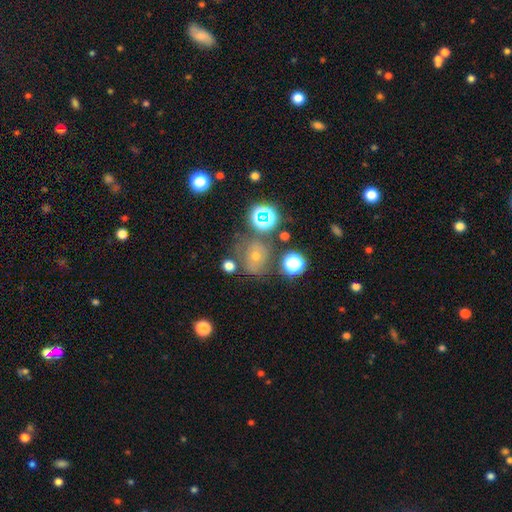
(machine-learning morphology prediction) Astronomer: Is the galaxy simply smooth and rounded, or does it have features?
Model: star or artifact — 38% (runner-up: smooth, 33%).